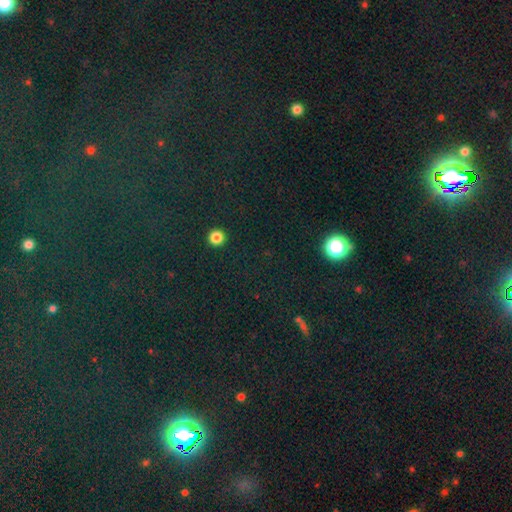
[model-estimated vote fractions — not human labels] star or artifact 75%, smooth 18%, featured or disk 8%.